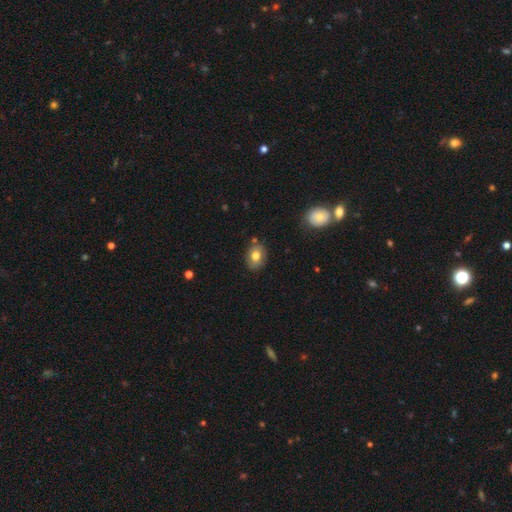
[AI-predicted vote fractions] This is likely a smooth galaxy (76%). How rounded: likely in between (64%). Merging: likely none (78%).